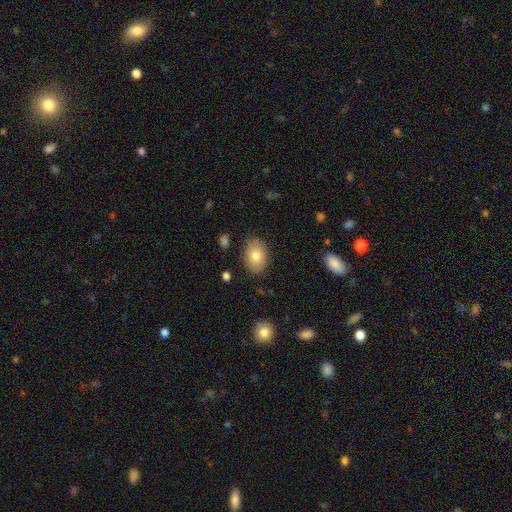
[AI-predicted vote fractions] This appears to be a smooth galaxy with no disk features (79%) that is in between round and cigar-shaped (81%). Merging: none (85%).